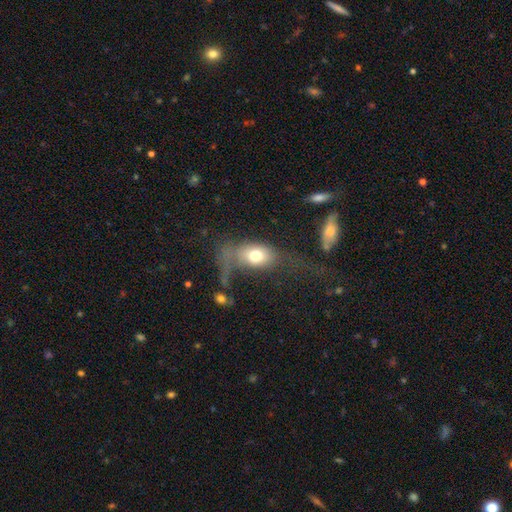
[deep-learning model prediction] This is likely a smooth galaxy (69%). How rounded: likely in between (80%). Merging: possibly major disturbance (50%).